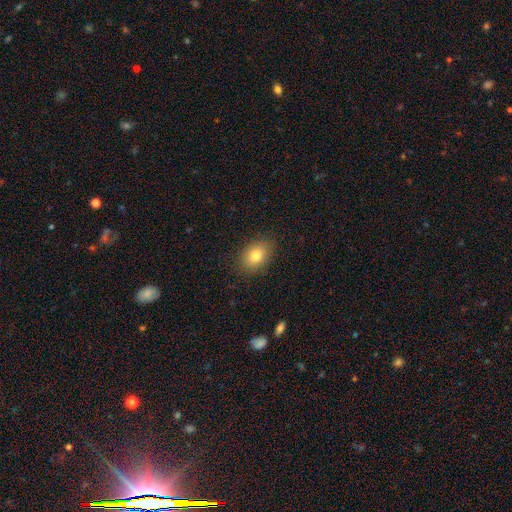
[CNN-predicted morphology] A smooth galaxy with no disk features (80%) that is in between round and cigar-shaped (72%).

Vote fractions:
- Smooth or featured? smooth: 80% / star or artifact: 10% / featured or disk: 10%
- How rounded? in between: 72% / round: 26% / cigar-shaped: 1%
- Merging? none: 87% / minor disturbance: 10% / major disturbance: 3% / merger: 1%